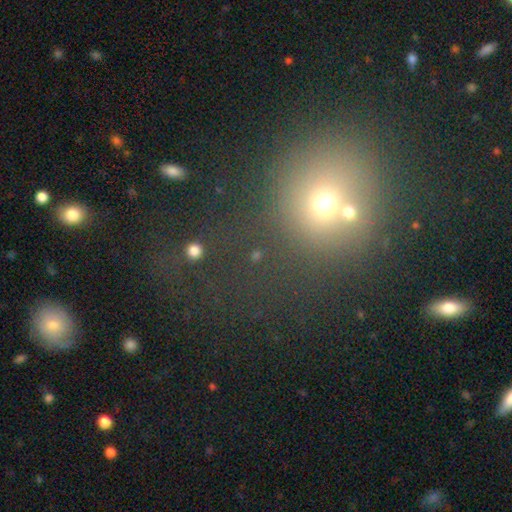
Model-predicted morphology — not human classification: The model was most divided on "smooth or featured": smooth: 59%, star or artifact: 32%, featured or disk: 9%. More confident: how rounded — round (86%); merging — none (79%).